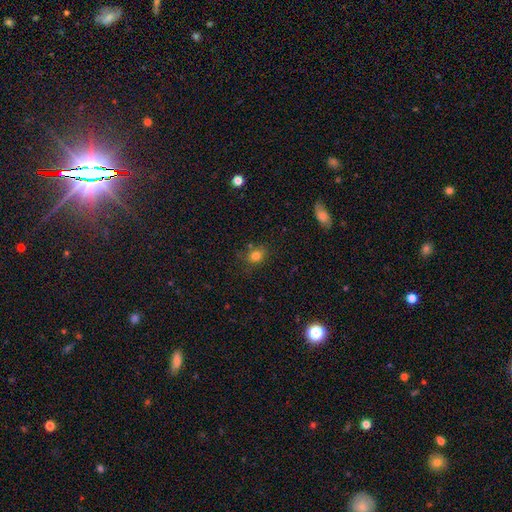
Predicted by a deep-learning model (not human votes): A smooth galaxy with no disk features (78%) that is round (59%). Merging: none (77%).